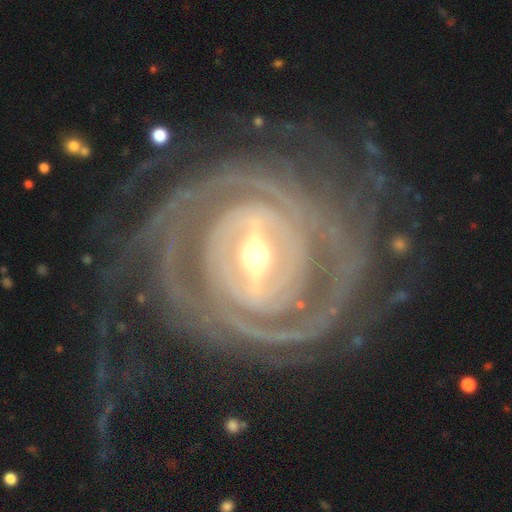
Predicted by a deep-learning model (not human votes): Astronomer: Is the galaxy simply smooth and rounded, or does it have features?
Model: featured or disk — 92%.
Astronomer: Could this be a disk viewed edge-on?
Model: no — 96%.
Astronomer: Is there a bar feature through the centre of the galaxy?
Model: strong — 70%.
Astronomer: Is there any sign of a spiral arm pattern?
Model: yes — 96%.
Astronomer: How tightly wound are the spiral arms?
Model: tight — 78%.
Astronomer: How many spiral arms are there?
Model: can't tell — 25% (runner-up: 2, 24%).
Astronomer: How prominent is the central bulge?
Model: moderate — 54% (runner-up: small, 38%).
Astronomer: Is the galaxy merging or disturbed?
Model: none — 68%.